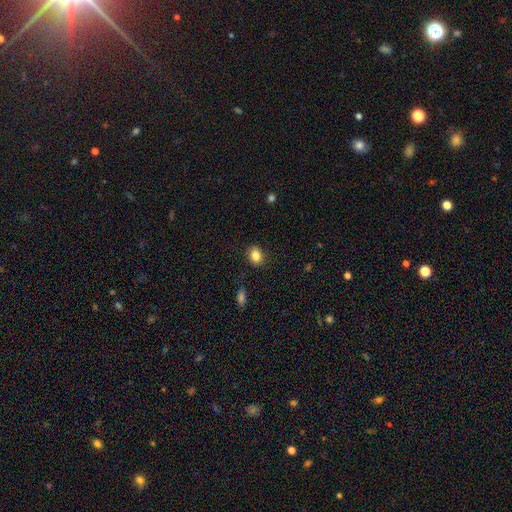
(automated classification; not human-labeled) Smooth or featured: smooth — 85% (star or artifact — 10%)
How rounded: in between — 55% (round — 44%)
Merging: none — 87% (minor disturbance — 9%)